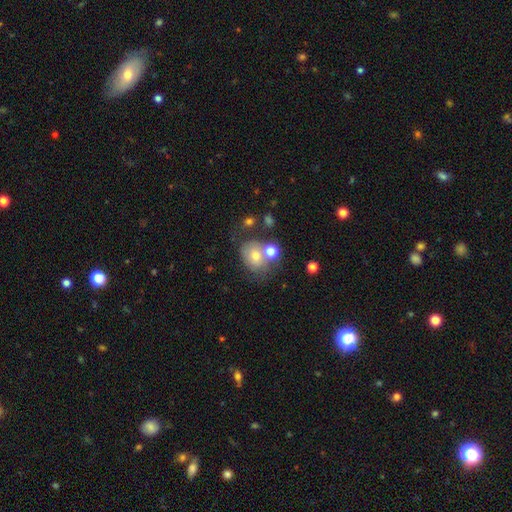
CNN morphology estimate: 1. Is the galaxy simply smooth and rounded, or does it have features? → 62% smooth, 25% featured or disk, 13% star or artifact.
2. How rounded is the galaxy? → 59% round, 40% in between, 1% cigar-shaped.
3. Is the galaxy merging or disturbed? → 42% none, 27% merger, 18% minor disturbance, 13% major disturbance.